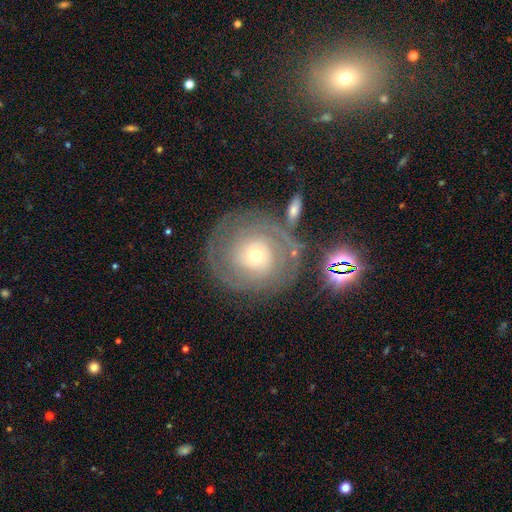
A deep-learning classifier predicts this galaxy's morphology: A featured or disk galaxy (78%) with no bar (82%), can't tell (33%, tied with 2) tight (77%) spiral arms (89%) and a small central bulge (61%).

Vote fractions:
- Smooth or featured? featured or disk: 78% / smooth: 14% / star or artifact: 8%
- Edge-on disk? no: 97% / yes: 3%
- Bar? no: 82% / weak: 14% / strong: 4%
- Spiral arms? yes: 89% / no: 11%
- Spiral winding? tight: 77% / medium: 18% / loose: 5%
- Spiral arm count? can't tell: 33% (tied) / 2: 33% (tied) / 3: 15% / 4: 8% / 1: 6% / more than 4: 6%
- Bulge size? small: 61% / moderate: 33% / large: 4% / dominant: 1% / none: 1%
- Merging? none: 73% / minor disturbance: 14% / major disturbance: 8% / merger: 6%